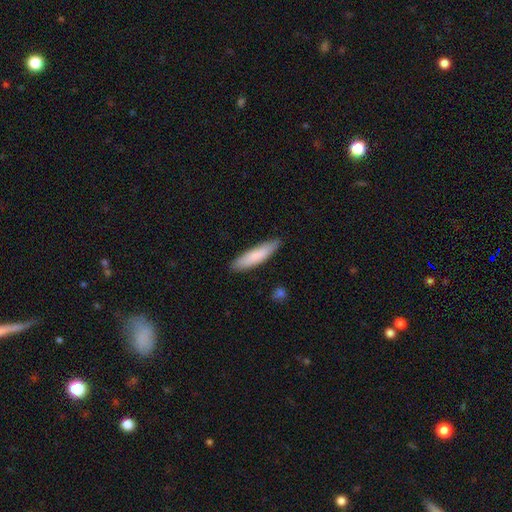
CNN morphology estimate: type=smooth (82%); roundness=cigar-shaped (73%); merging=none (85%).